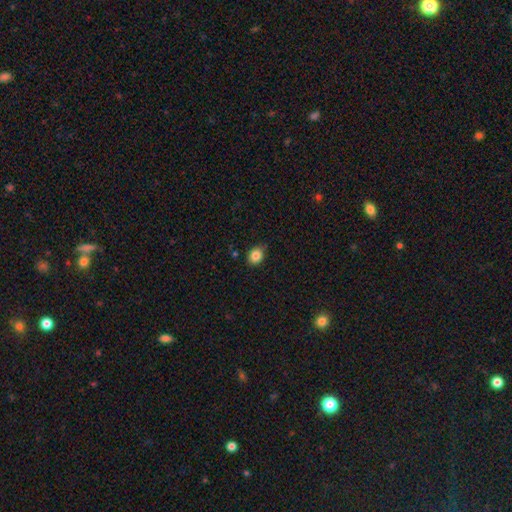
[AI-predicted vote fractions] smooth_or_featured: smooth (p=0.85) [alt: star or artifact p=0.10]
how_rounded: round (p=0.54) [alt: in between p=0.45]
merging: none (p=0.77) [alt: minor disturbance p=0.19]